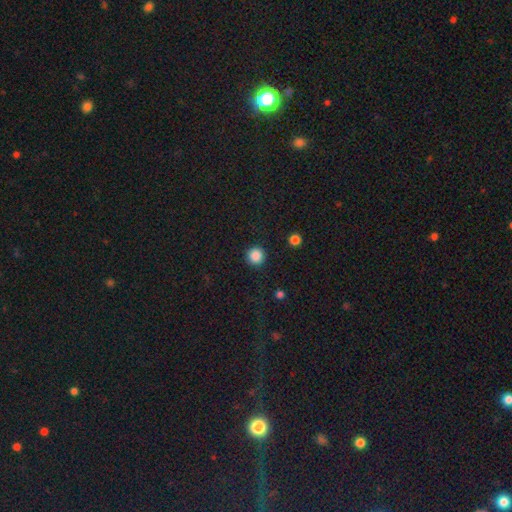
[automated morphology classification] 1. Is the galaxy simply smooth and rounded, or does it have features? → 87% smooth, 10% star or artifact, 3% featured or disk.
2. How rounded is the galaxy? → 96% round, 3% in between, 1% cigar-shaped.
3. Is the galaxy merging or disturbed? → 92% none, 5% minor disturbance, 2% major disturbance, 1% merger.